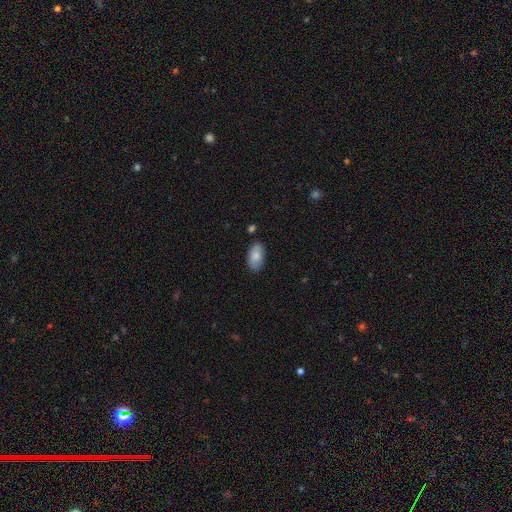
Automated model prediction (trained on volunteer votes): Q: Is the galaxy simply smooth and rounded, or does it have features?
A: smooth — 82%.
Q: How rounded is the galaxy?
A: in between — 94%.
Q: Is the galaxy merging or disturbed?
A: none — 82%.